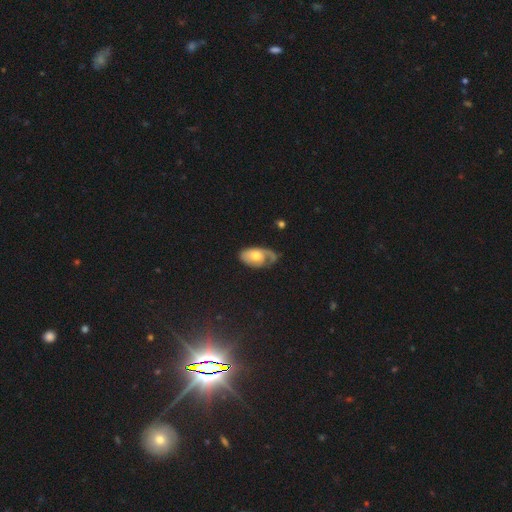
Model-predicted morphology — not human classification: Smooth or featured? featured or disk (51%)
Edge-on disk? no (93%)
Merging? none (35%)